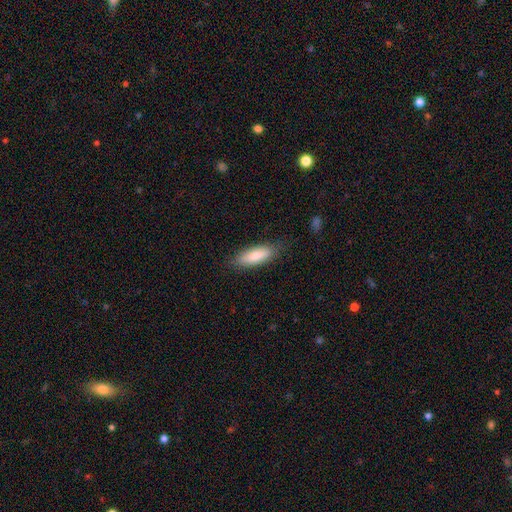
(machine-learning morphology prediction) The model was most divided on "how rounded": in between: 62%, cigar-shaped: 36%, round: 2%. More confident: smooth or featured — smooth (82%); merging — none (80%).